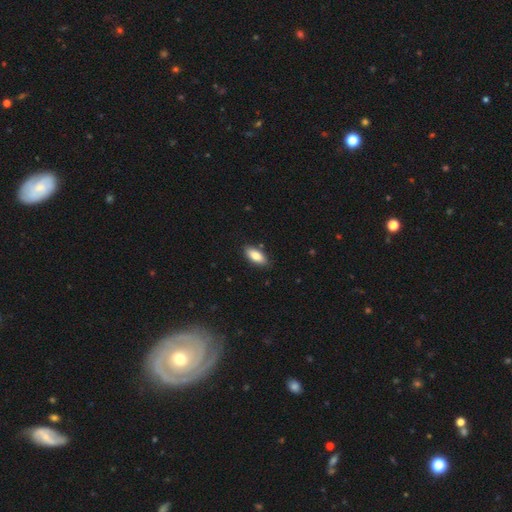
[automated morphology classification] The model was most divided on "how rounded": in between: 85%, cigar-shaped: 13%, round: 2%. More confident: merging — none (85%); smooth or featured — smooth (83%).